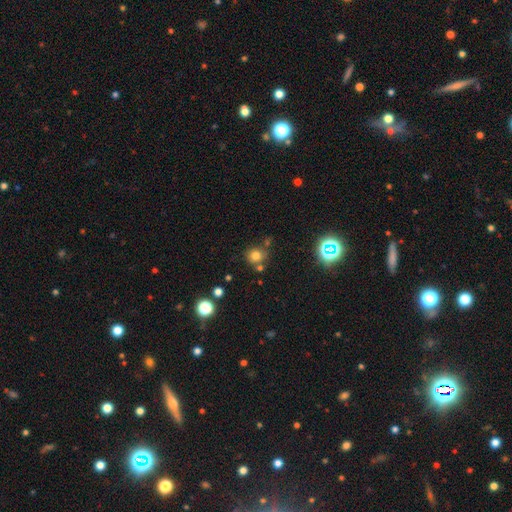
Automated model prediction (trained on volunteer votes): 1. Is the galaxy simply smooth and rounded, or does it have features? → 75% smooth, 17% star or artifact, 8% featured or disk.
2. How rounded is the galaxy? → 85% round, 14% in between, 1% cigar-shaped.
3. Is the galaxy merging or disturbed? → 69% none, 14% merger, 13% minor disturbance, 4% major disturbance.